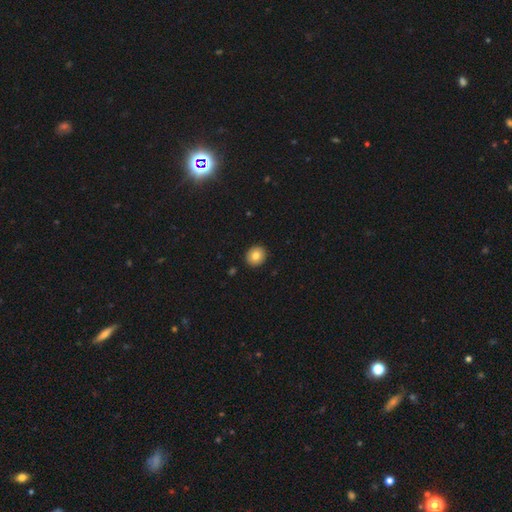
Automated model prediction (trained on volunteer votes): smooth_or_featured: smooth (p=0.80) [alt: featured or disk p=0.11]
how_rounded: round (p=0.80) [alt: in between p=0.19]
merging: none (p=0.92) [alt: minor disturbance p=0.06]